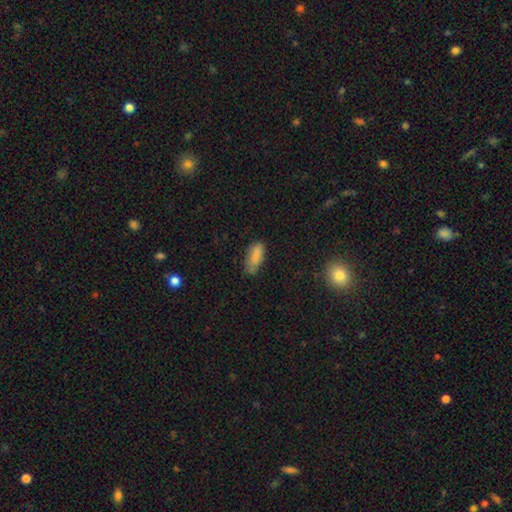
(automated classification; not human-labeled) Smooth or featured?
  - smooth: 80% *
  - featured or disk: 11%
  - star or artifact: 9%
How rounded?
  - in between: 85% *
  - cigar-shaped: 12%
  - round: 3%
Merging?
  - none: 56% *
  - minor disturbance: 33%
  - major disturbance: 9%
  - merger: 3%